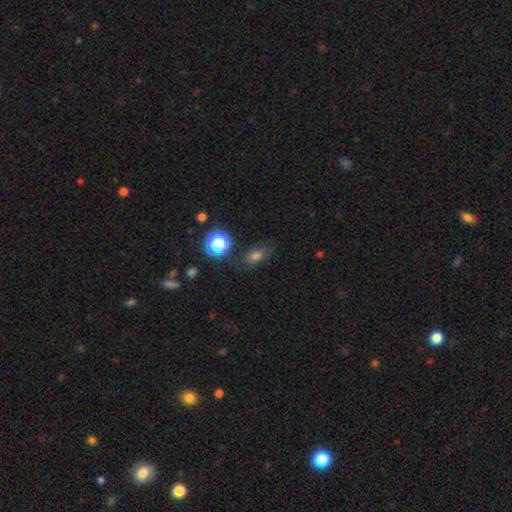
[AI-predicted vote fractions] A smooth galaxy with no disk features (69%) that is in between round and cigar-shaped (74%).

Vote fractions:
- Smooth or featured? smooth: 69% / star or artifact: 21% / featured or disk: 10%
- How rounded? in between: 74% / round: 21% / cigar-shaped: 5%
- Merging? none: 76% / minor disturbance: 16% / major disturbance: 5% / merger: 3%